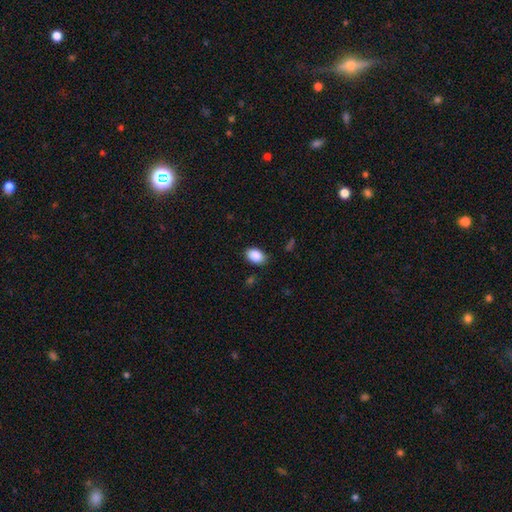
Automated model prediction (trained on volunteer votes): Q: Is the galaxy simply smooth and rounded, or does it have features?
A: smooth — 89%.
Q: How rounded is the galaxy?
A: in between — 83%.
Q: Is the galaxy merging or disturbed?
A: none — 82%.